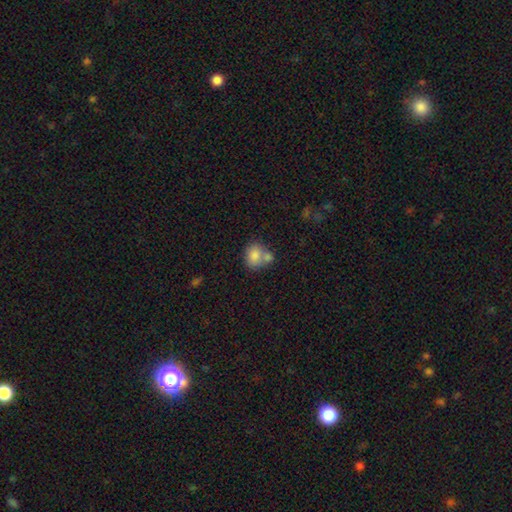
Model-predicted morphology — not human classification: Smooth or featured: smooth — 81% (featured or disk — 10%)
How rounded: round — 55% (in between — 44%)
Merging: merger — 46% (none — 38%)